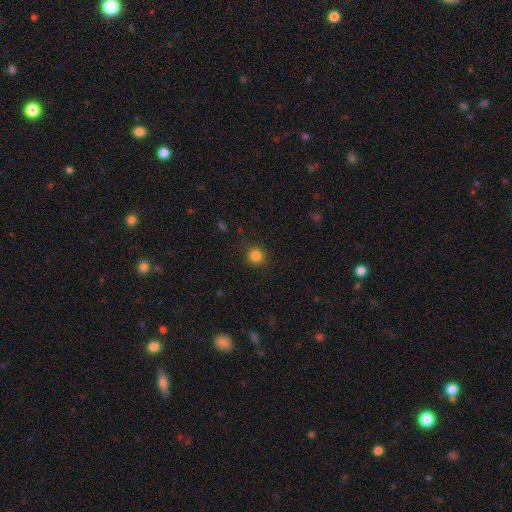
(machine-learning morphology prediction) The model was most divided on "smooth or featured": smooth: 83%, star or artifact: 12%, featured or disk: 4%. More confident: how rounded — round (92%); merging — none (88%).